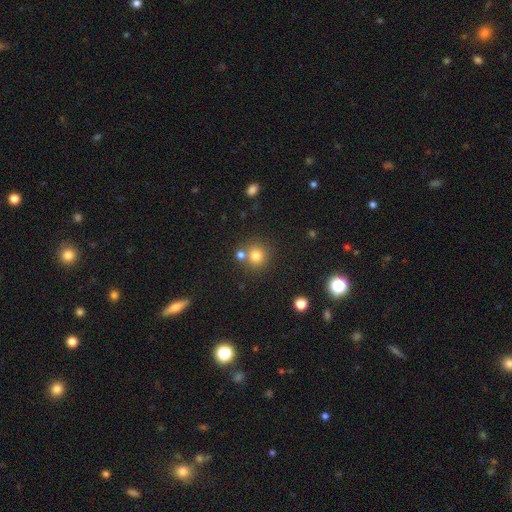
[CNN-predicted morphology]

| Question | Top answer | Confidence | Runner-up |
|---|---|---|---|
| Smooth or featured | smooth | 79% | star or artifact (14%) |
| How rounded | round | 90% | in between (9%) |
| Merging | none | 69% | merger (20%) |